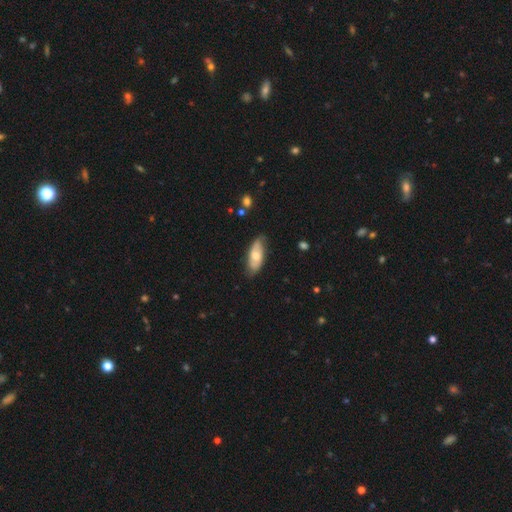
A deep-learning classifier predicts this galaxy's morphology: A smooth galaxy with no disk features (60%) that is in between round and cigar-shaped (82%).

Vote fractions:
- Smooth or featured? smooth: 60% / featured or disk: 34% / star or artifact: 6%
- How rounded? in between: 82% / cigar-shaped: 15% / round: 2%
- Merging? none: 72% / minor disturbance: 22% / major disturbance: 4% / merger: 2%